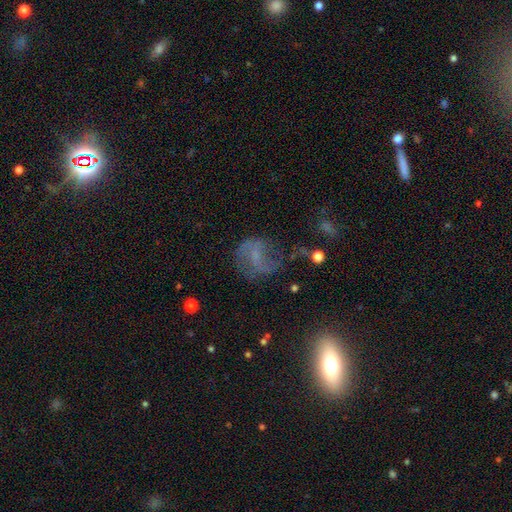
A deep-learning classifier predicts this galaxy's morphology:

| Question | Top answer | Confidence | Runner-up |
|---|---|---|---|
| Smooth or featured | featured or disk | 59% | smooth (25%) |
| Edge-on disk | no | 97% | yes (3%) |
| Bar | no | 46% | weak (41%) |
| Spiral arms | yes | 78% | no (22%) |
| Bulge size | small | 44% | none (41%) |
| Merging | none | 46% | major disturbance (29%) |